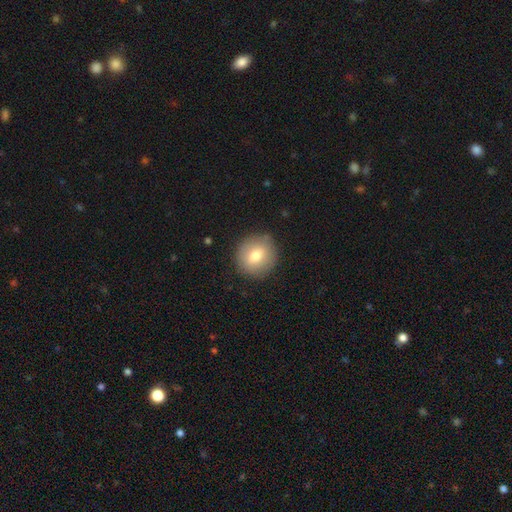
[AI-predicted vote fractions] Smooth or featured: smooth — 74% (featured or disk — 17%)
How rounded: round — 89% (in between — 10%)
Merging: none — 88% (minor disturbance — 9%)